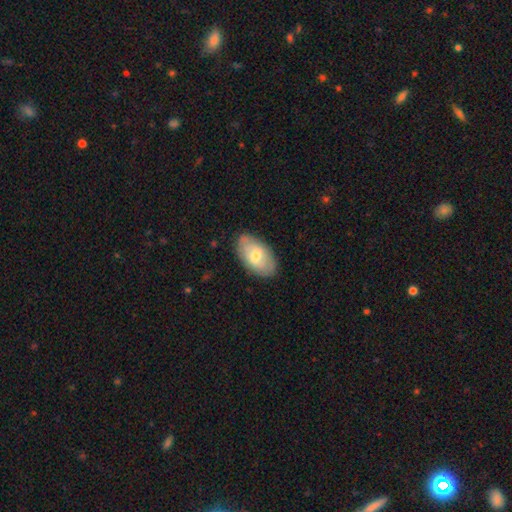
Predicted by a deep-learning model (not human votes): A smooth galaxy with no disk features (60%) that is in between round and cigar-shaped (94%). Merging: none (81%).